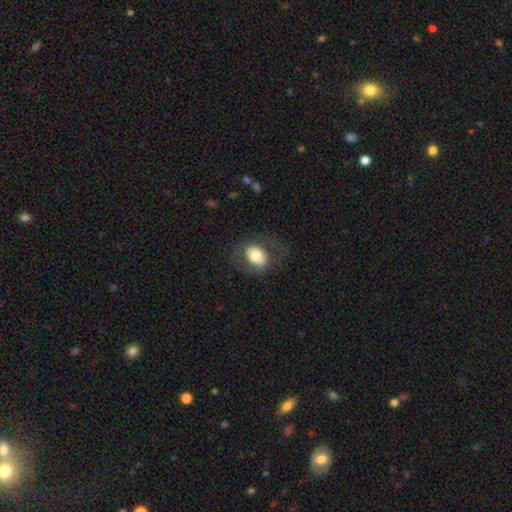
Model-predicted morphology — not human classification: smooth-or-featured: smooth: 67% | featured or disk: 25% | star or artifact: 7%
  how-rounded: in between: 70% | round: 29% | cigar-shaped: 1%
  merging: none: 67% | minor disturbance: 17% | major disturbance: 14% | merger: 1%